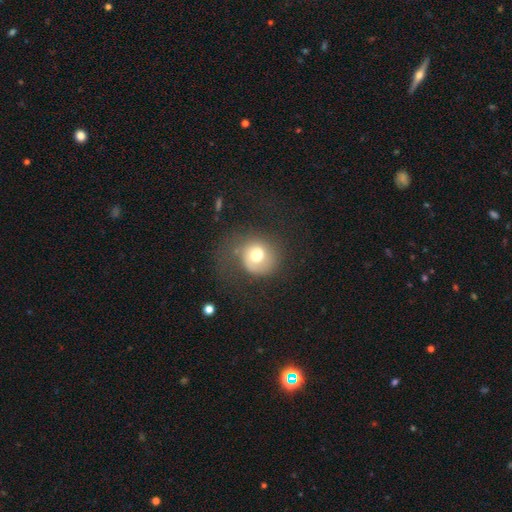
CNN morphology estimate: A smooth galaxy with no disk features (56%) that is round (81%).

Vote fractions:
- Smooth or featured? smooth: 56% / featured or disk: 34% / star or artifact: 10%
- How rounded? round: 81% / in between: 18% / cigar-shaped: 1%
- Merging? none: 46% / major disturbance: 29% / minor disturbance: 23% / merger: 2%